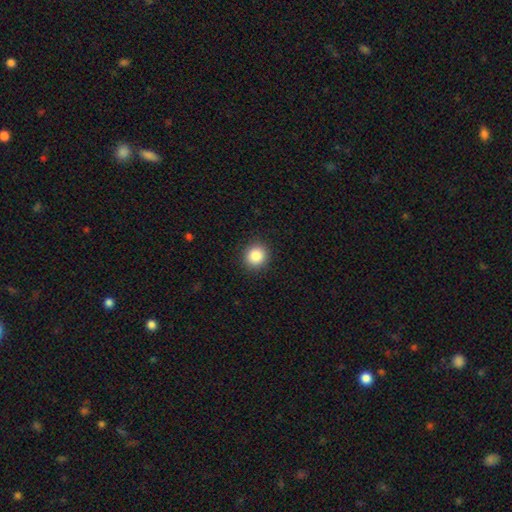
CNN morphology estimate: Q: Smooth or featured?
A: smooth (86%); runner-up: star or artifact (10%)
Q: How rounded?
A: round (88%); runner-up: in between (11%)
Q: Merging?
A: none (91%); runner-up: minor disturbance (6%)